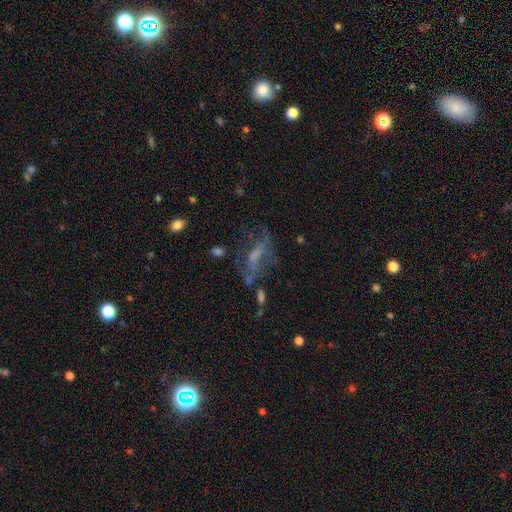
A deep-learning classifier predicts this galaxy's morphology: Smooth or featured? Predicted: featured or disk (p=0.55). Edge-on disk? Predicted: no (p=0.88). Merging? Predicted: none (p=0.43).